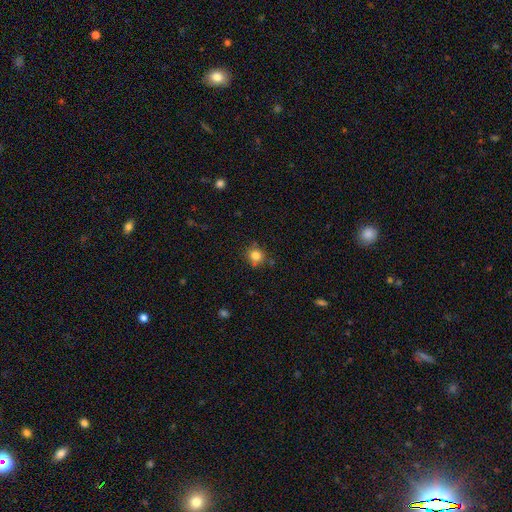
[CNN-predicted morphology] Smooth or featured? Predicted: smooth (p=0.81). How rounded? Predicted: round (p=0.88). Merging? Predicted: none (p=0.77).